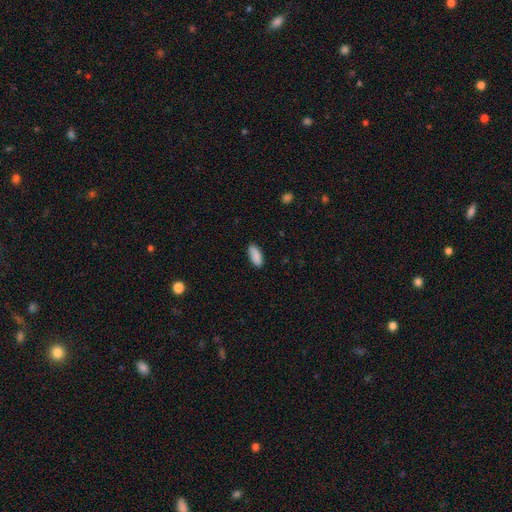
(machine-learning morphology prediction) Q: Smooth or featured?
A: smooth (87%); runner-up: star or artifact (7%)
Q: How rounded?
A: in between (85%); runner-up: cigar-shaped (13%)
Q: Merging?
A: none (84%); runner-up: minor disturbance (13%)